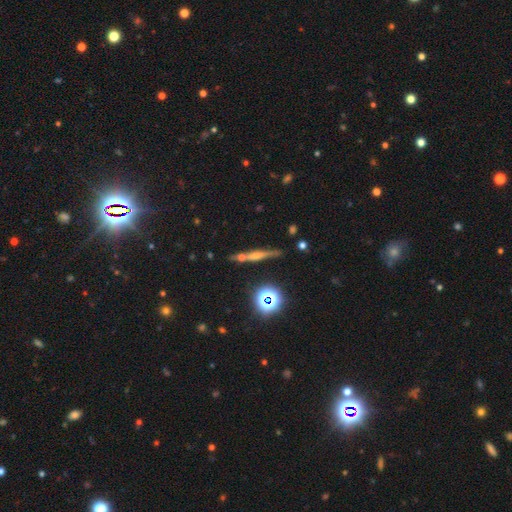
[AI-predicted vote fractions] Morphology: type=featured or disk (41%); merging=none (71%).